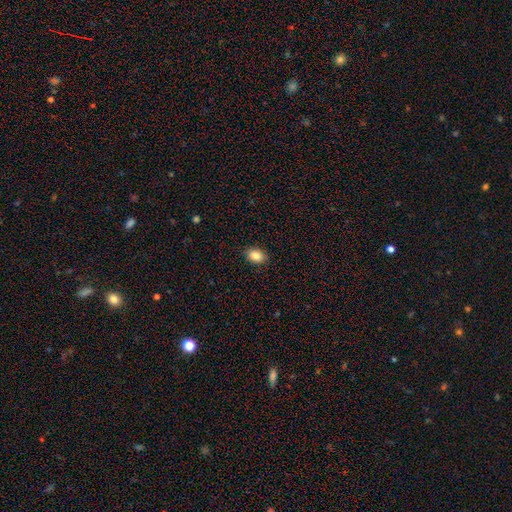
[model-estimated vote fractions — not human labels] A smooth galaxy with no disk features (85%) that is in between round and cigar-shaped (79%).

Vote fractions:
- Smooth or featured? smooth: 85% / star or artifact: 9% / featured or disk: 6%
- How rounded? in between: 79% / round: 20% / cigar-shaped: 1%
- Merging? none: 89% / minor disturbance: 8% / major disturbance: 2% / merger: 1%